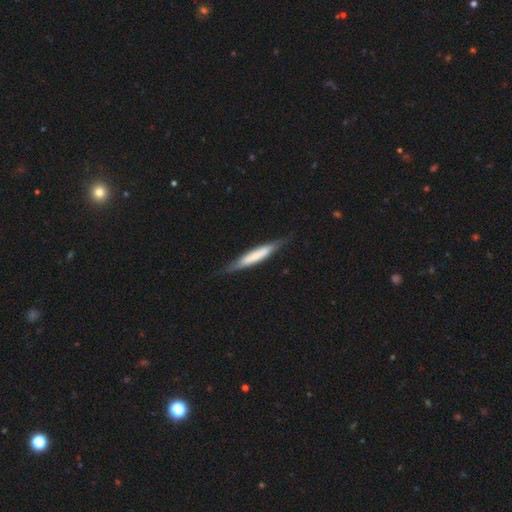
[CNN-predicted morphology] This is possibly a smooth galaxy (56%). How rounded: clearly cigar-shaped (91%). Merging: clearly none (81%).